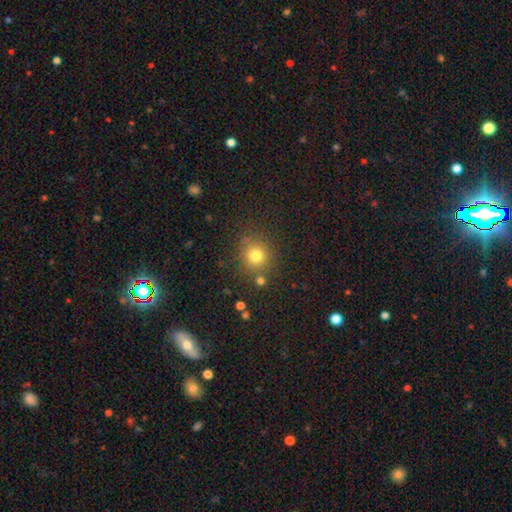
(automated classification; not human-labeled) The model was most divided on "smooth or featured": smooth: 77%, star or artifact: 15%, featured or disk: 8%. More confident: how rounded — round (90%); merging — none (79%).